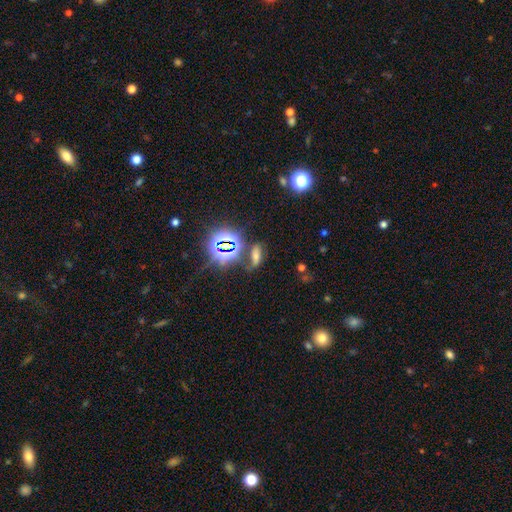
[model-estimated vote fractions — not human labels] Smooth or featured? Predicted: smooth (p=0.42, tied with star or artifact). Merging? Predicted: none (p=0.64).